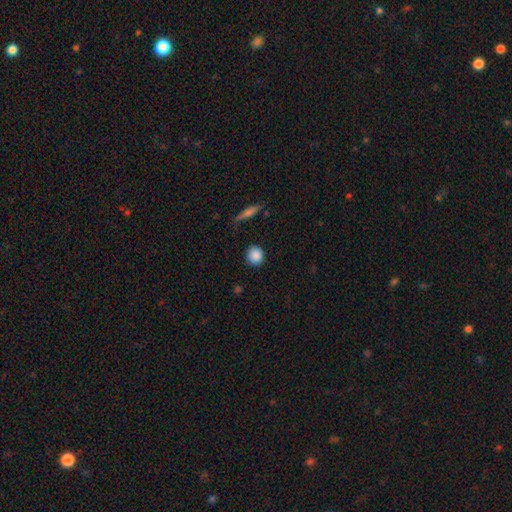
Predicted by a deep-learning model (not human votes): smooth_or_featured: smooth (p=0.87) [alt: star or artifact p=0.08]
how_rounded: round (p=0.88) [alt: in between p=0.10]
merging: none (p=0.88) [alt: minor disturbance p=0.08]